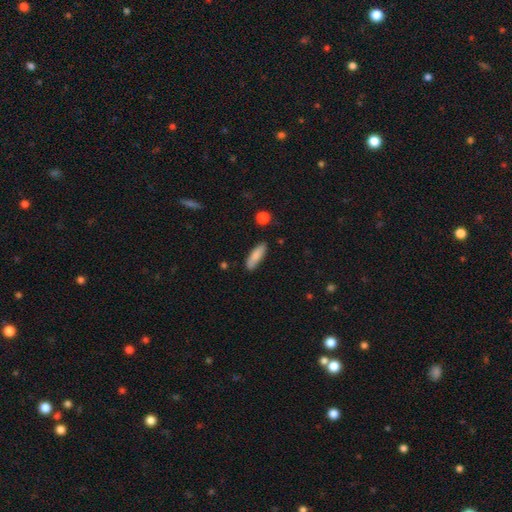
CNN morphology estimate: Q: Smooth or featured?
A: smooth (81%); runner-up: featured or disk (12%)
Q: How rounded?
A: cigar-shaped (54%); runner-up: in between (44%)
Q: Merging?
A: none (79%); runner-up: minor disturbance (15%)